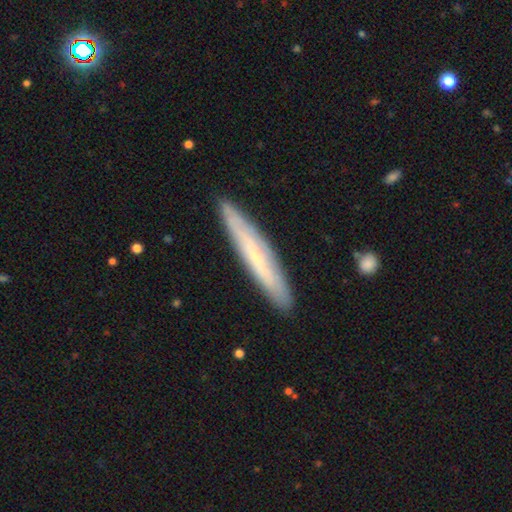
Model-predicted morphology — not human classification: A featured or disk galaxy (48%).

Vote fractions:
- Smooth or featured? featured or disk: 48% / smooth: 46% / star or artifact: 6%
- Merging? none: 89% / minor disturbance: 9% / major disturbance: 2% / merger: 1%